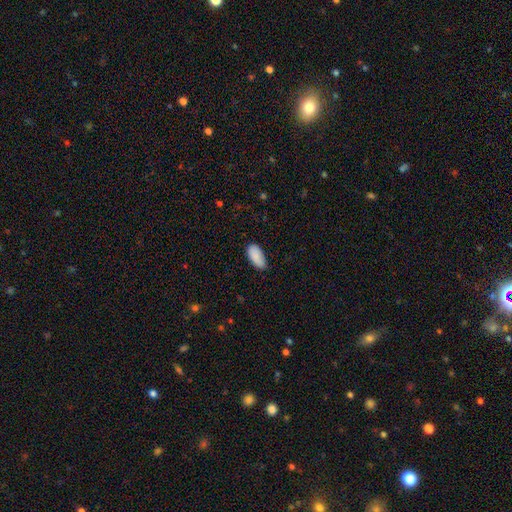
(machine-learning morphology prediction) type=smooth (89%); roundness=in between (93%); merging=none (74%).